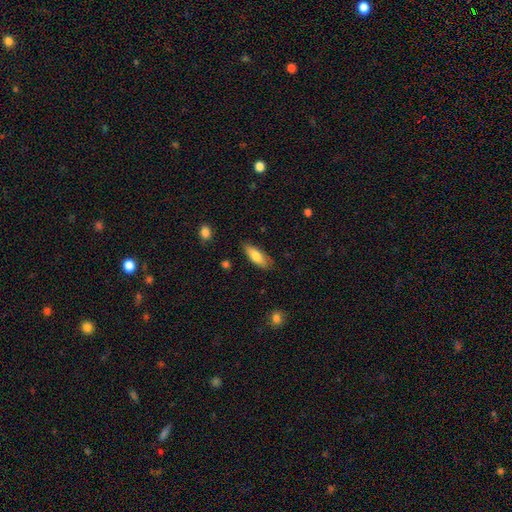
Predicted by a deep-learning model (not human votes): Smooth or featured: smooth — 78% (featured or disk — 16%)
How rounded: in between — 61% (cigar-shaped — 37%)
Merging: none — 80% (minor disturbance — 16%)